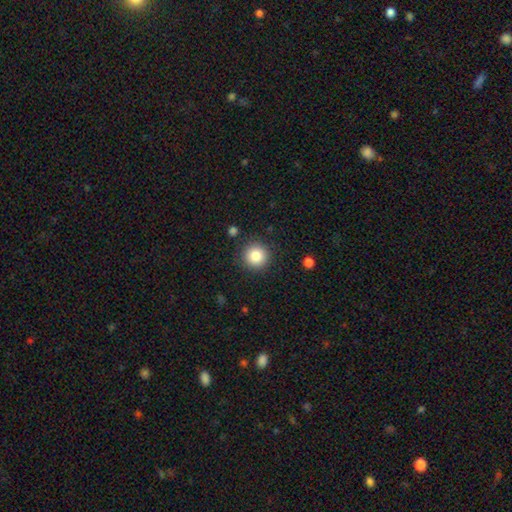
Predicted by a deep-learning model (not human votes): A smooth galaxy with no disk features (83%) that is round (95%). Merging: none (89%).